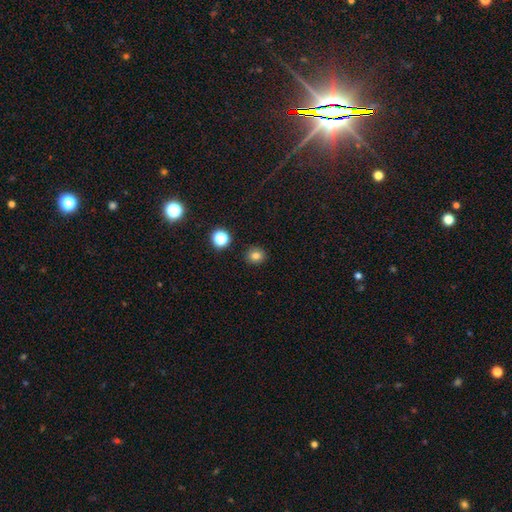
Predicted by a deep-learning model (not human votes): Morphology: type=smooth (80%); roundness=round (79%); merging=none (90%).